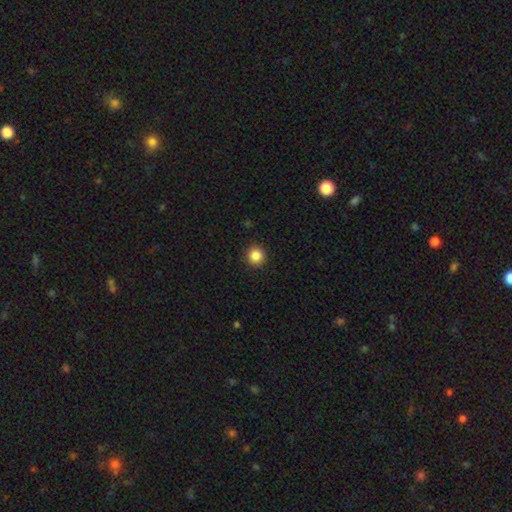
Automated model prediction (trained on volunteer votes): This is clearly a smooth galaxy (86%). How rounded: clearly round (95%). Merging: clearly none (93%).